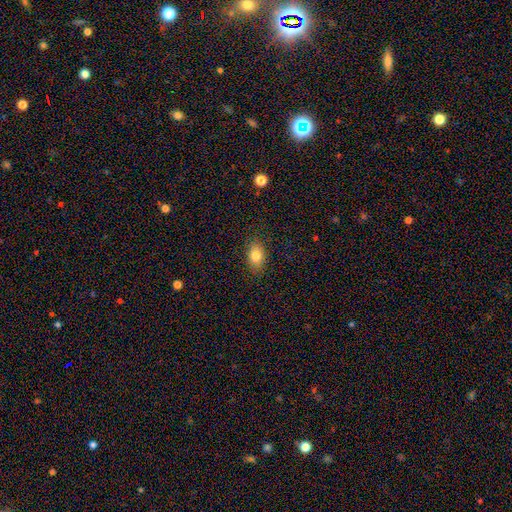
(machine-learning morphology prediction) Q: Smooth or featured?
A: smooth (81%); runner-up: featured or disk (10%)
Q: How rounded?
A: in between (84%); runner-up: round (14%)
Q: Merging?
A: none (86%); runner-up: minor disturbance (10%)